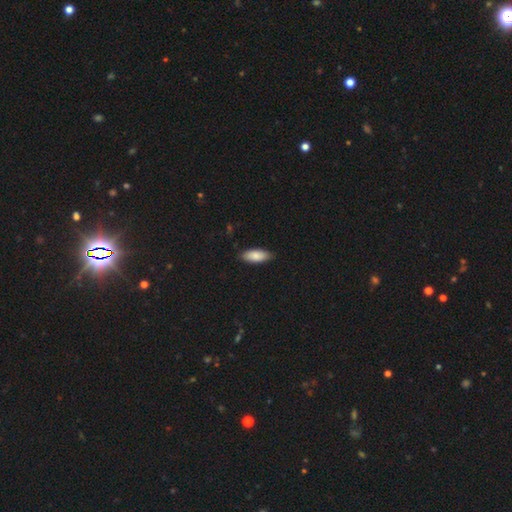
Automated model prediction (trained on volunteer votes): Morphology: type=smooth (84%); roundness=in between (80%); merging=none (85%).